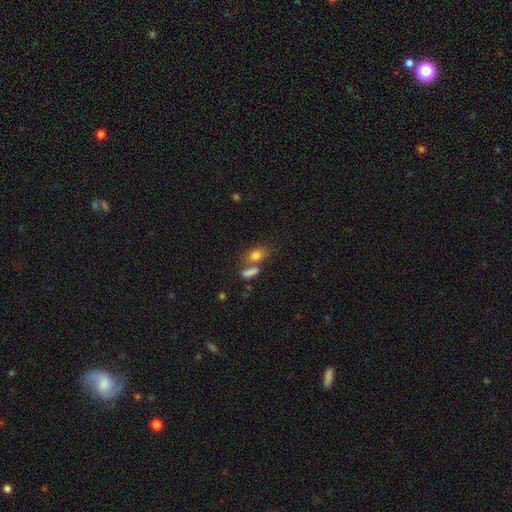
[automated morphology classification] smooth-or-featured: smooth: 81% | star or artifact: 10% | featured or disk: 9%
  how-rounded: in between: 79% | round: 16% | cigar-shaped: 5%
  merging: none: 45% | merger: 38% | minor disturbance: 11% | major disturbance: 6%